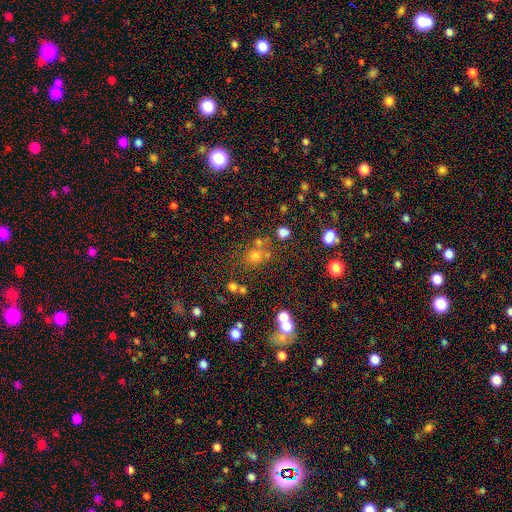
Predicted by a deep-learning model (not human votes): Smooth or featured?
  - smooth: 58% *
  - star or artifact: 31%
  - featured or disk: 11%
How rounded?
  - round: 83% *
  - in between: 16%
  - cigar-shaped: 1%
Merging?
  - none: 64% *
  - merger: 19%
  - minor disturbance: 11%
  - major disturbance: 6%